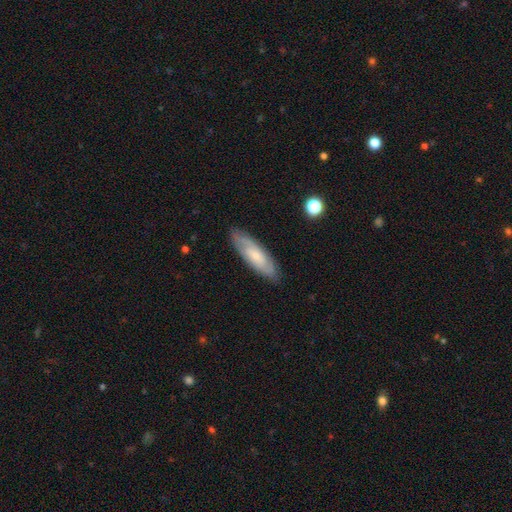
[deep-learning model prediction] A featured or disk galaxy (47%). Merging: none (84%).